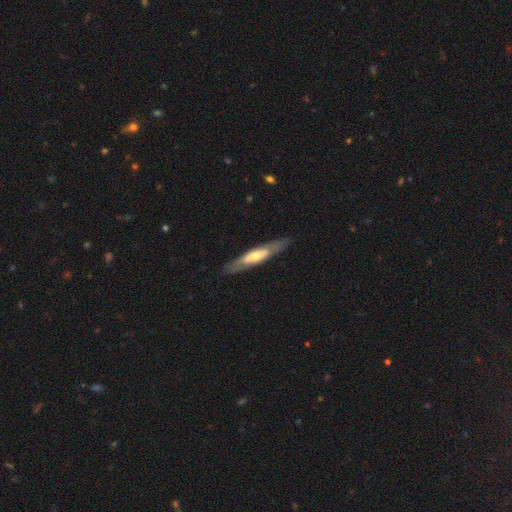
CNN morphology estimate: A featured or disk galaxy (60%) viewed edge-on (62%). Merging: none (84%).